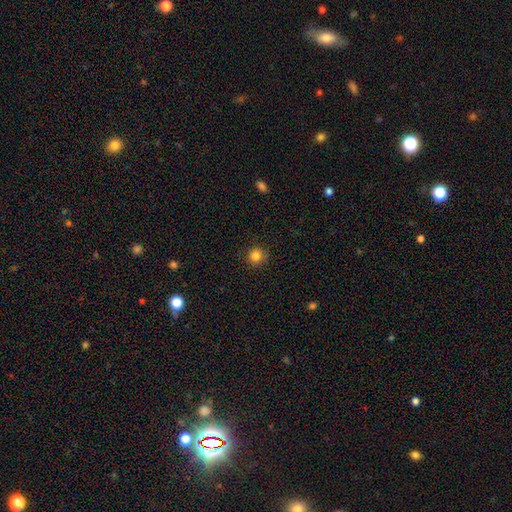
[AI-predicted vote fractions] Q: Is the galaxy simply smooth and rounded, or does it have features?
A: smooth — 84%.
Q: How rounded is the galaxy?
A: round — 92%.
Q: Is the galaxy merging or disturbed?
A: none — 88%.